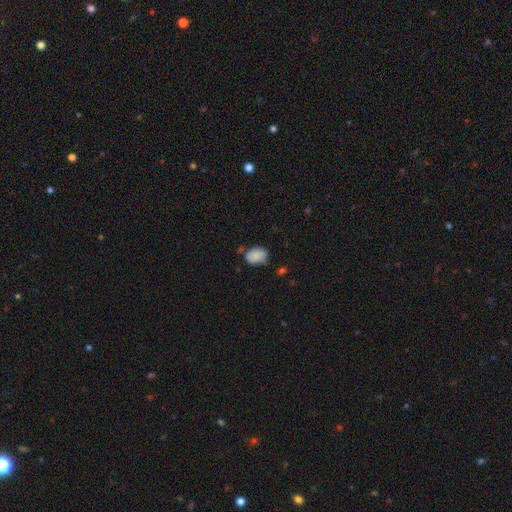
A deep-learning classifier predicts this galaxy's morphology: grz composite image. It shows a smooth galaxy with no disk features (84%) that is in between round and cigar-shaped (71%). Merging: none (65%).